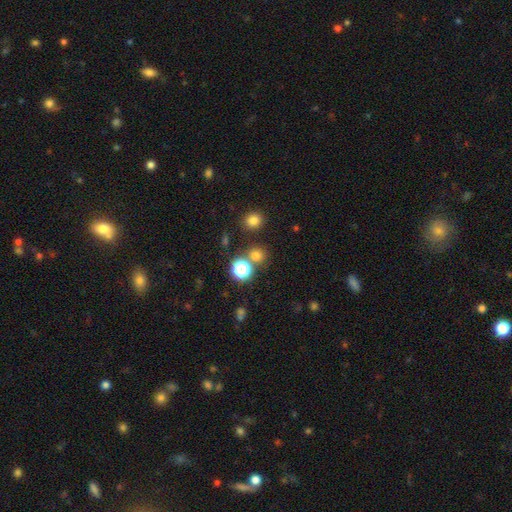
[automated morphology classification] Smooth or featured? smooth (69%)
How rounded? round (86%)
Merging? none (75%)